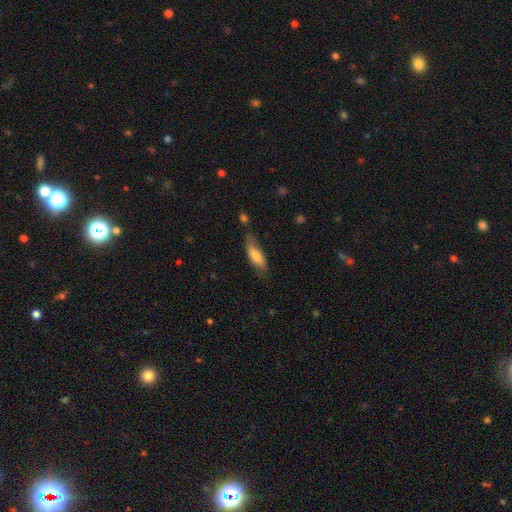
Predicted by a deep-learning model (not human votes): Smooth or featured? Predicted: smooth (p=0.70). How rounded? Predicted: in between (p=0.59). Merging? Predicted: none (p=0.59).